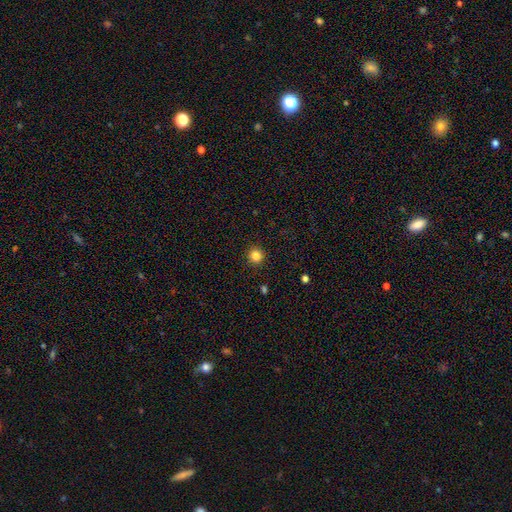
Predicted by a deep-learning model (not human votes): Q: Smooth or featured?
A: smooth (84%); runner-up: star or artifact (12%)
Q: How rounded?
A: round (95%); runner-up: in between (4%)
Q: Merging?
A: none (92%); runner-up: minor disturbance (5%)